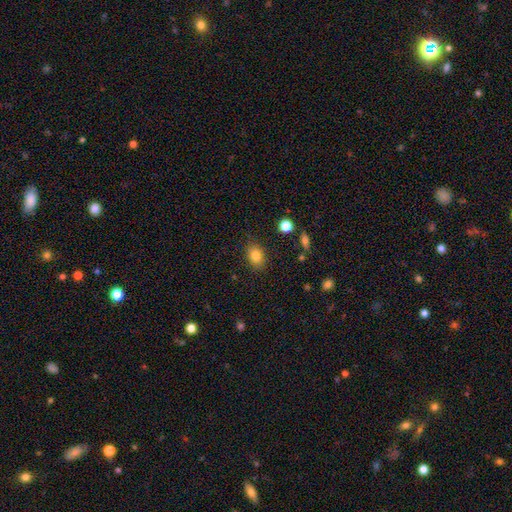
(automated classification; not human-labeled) smooth_or_featured: smooth (p=0.81) [alt: star or artifact p=0.10]
how_rounded: in between (p=0.72) [alt: round p=0.27]
merging: none (p=0.85) [alt: minor disturbance p=0.10]